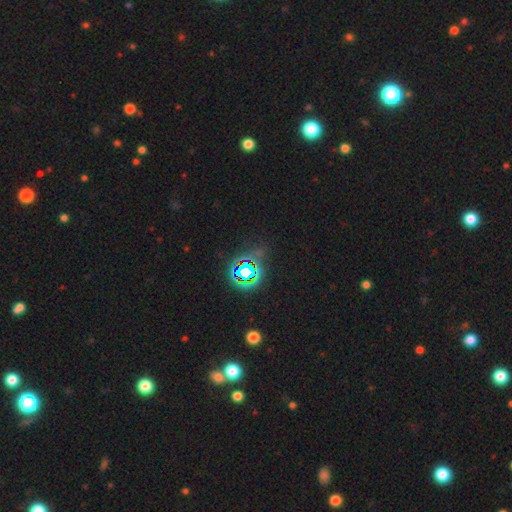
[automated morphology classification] smooth-or-featured: star or artifact: 77% | smooth: 14% | featured or disk: 9%